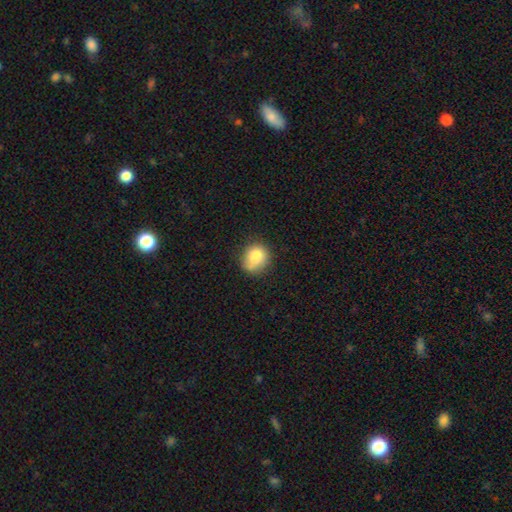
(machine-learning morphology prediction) A smooth galaxy with no disk features (81%) that is round (66%). Merging: none (57%).